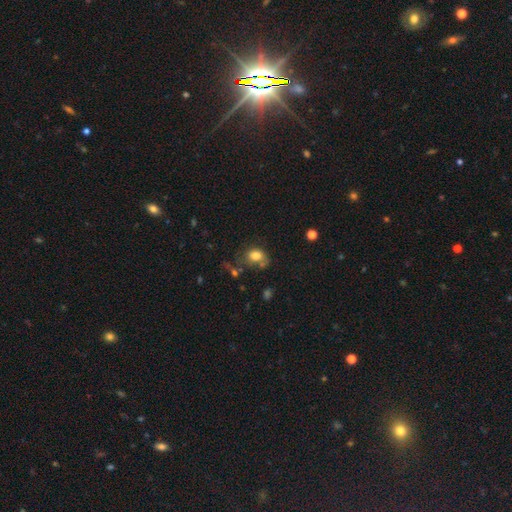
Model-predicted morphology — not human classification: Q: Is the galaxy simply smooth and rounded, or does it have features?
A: smooth — 78%.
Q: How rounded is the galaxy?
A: in between — 67%.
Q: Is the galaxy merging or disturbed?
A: none — 45%.